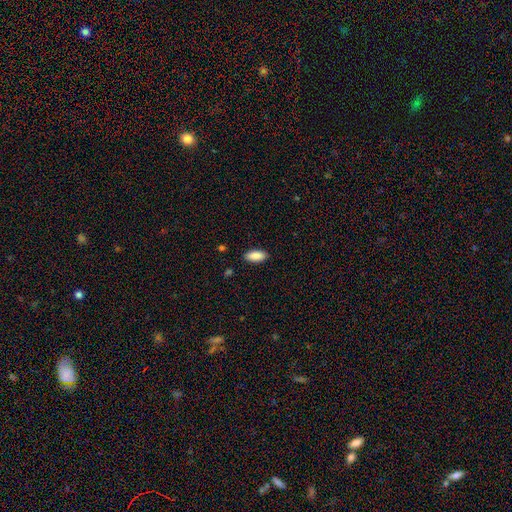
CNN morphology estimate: The model was most divided on "how rounded": in between: 88%, cigar-shaped: 10%, round: 2%. More confident: smooth or featured — smooth (90%); merging — none (88%).